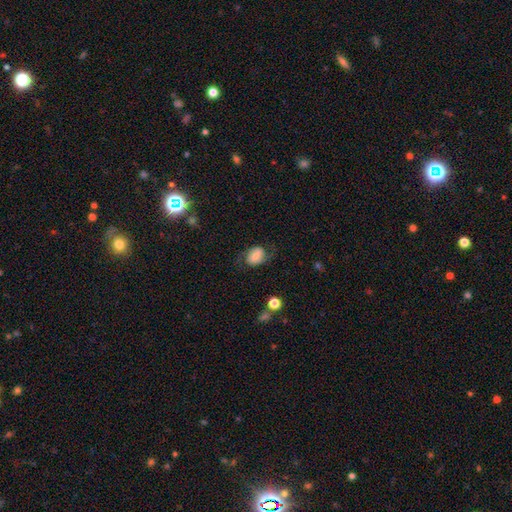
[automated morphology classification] Smooth or featured? Predicted: smooth (p=0.52). How rounded? Predicted: in between (p=0.69). Merging? Predicted: none (p=0.63).